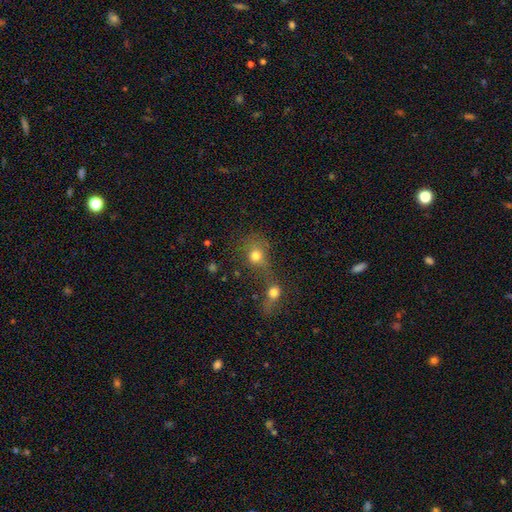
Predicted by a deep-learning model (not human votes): smooth-or-featured: smooth: 75% | star or artifact: 14% | featured or disk: 11%
  how-rounded: round: 73% | in between: 25% | cigar-shaped: 1%
  merging: merger: 55% | none: 27% | major disturbance: 10% | minor disturbance: 8%